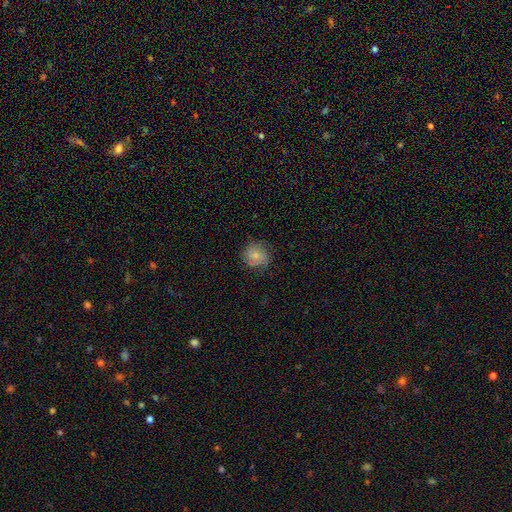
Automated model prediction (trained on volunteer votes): Smooth or featured?
  - smooth: 62% *
  - featured or disk: 30%
  - star or artifact: 8%
How rounded?
  - round: 85% *
  - in between: 14%
  - cigar-shaped: 1%
Merging?
  - none: 75% *
  - minor disturbance: 19%
  - major disturbance: 6%
  - merger: 1%